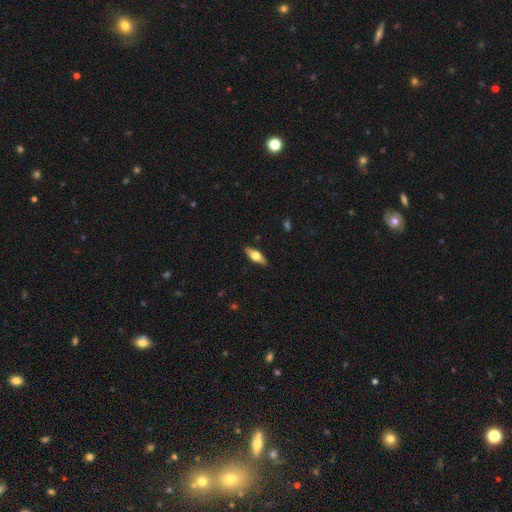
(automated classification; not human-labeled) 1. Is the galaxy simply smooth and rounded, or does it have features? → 52% featured or disk, 41% smooth, 6% star or artifact.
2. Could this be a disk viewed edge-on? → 91% yes, 9% no.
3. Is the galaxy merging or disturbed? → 88% none, 9% minor disturbance, 2% major disturbance, 1% merger.